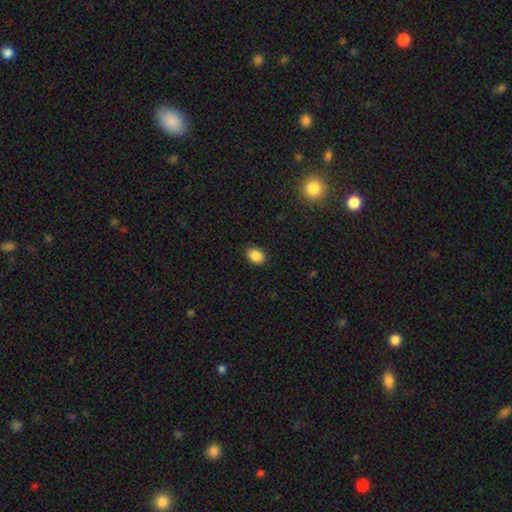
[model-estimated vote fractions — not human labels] Q: Smooth or featured?
A: smooth (87%); runner-up: star or artifact (9%)
Q: How rounded?
A: in between (70%); runner-up: round (29%)
Q: Merging?
A: none (89%); runner-up: minor disturbance (8%)